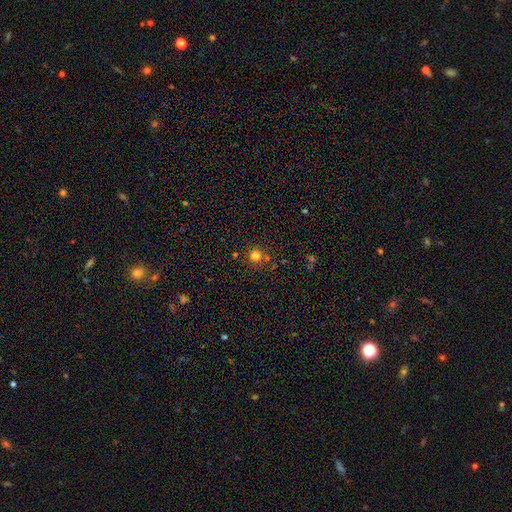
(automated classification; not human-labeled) This appears to be a smooth galaxy with no disk features (77%) that is round (94%). Merging: none (81%).